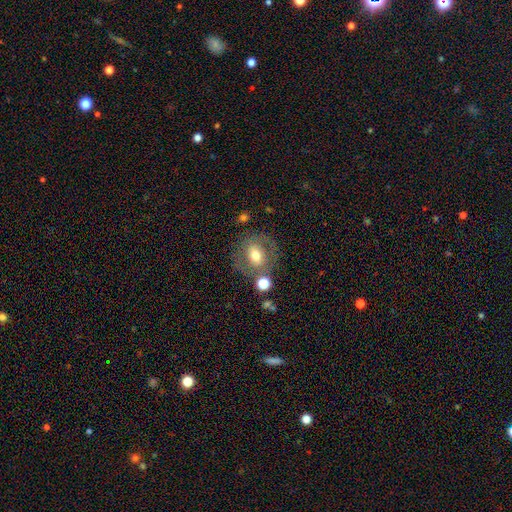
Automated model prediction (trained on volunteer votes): Overall: smooth (48%; featured or disk 42%). Merging: none (67%).